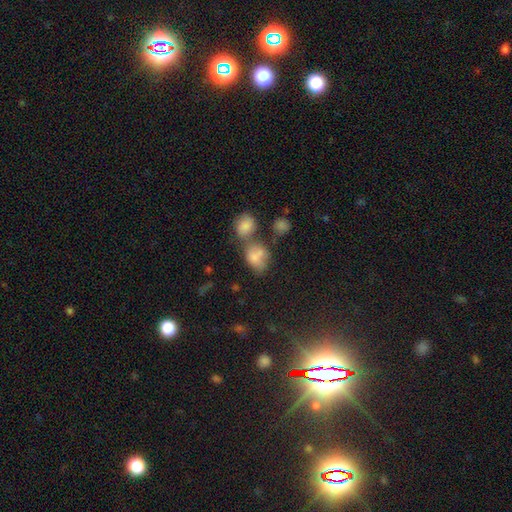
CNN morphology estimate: Smooth or featured? smooth (73%)
How rounded? in between (64%)
Merging? merger (48%)